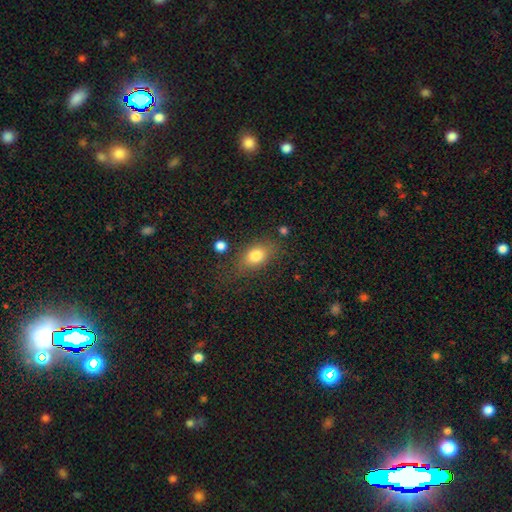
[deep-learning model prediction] smooth 79%, featured or disk 11%, star or artifact 10%. Down the decision tree: how rounded — in between (75%); merging — none (69%).